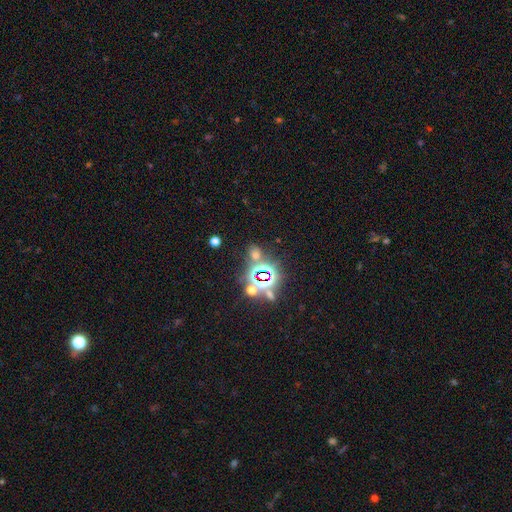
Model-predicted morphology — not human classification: smooth-or-featured: star or artifact: 65% | smooth: 27% | featured or disk: 8%